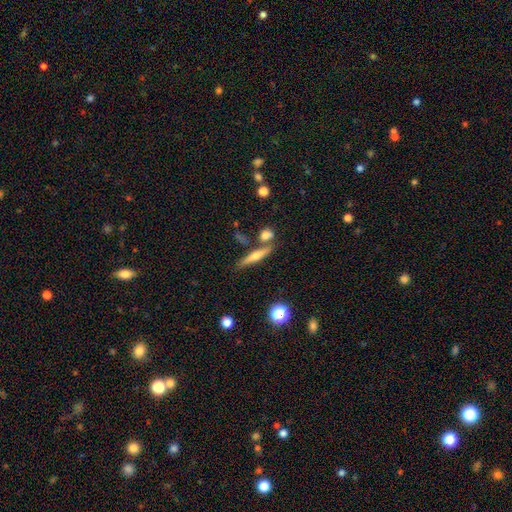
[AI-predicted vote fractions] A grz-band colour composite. It shows a featured or disk galaxy (57%) viewed edge-on (95%) with a rounded central bulge (86%). Merging: none (74%).